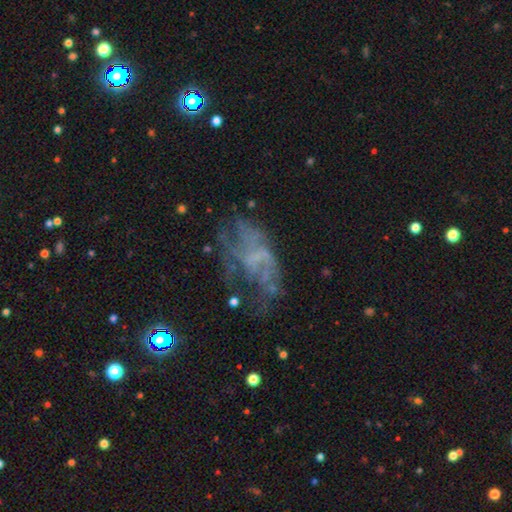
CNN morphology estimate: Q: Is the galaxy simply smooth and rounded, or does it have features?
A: featured or disk — 64%.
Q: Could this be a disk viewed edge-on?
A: no — 97%.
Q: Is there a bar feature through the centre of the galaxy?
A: no — 73%.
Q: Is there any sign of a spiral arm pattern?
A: no — 62%.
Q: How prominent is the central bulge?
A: none — 73%.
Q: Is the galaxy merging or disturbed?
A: major disturbance — 42%.